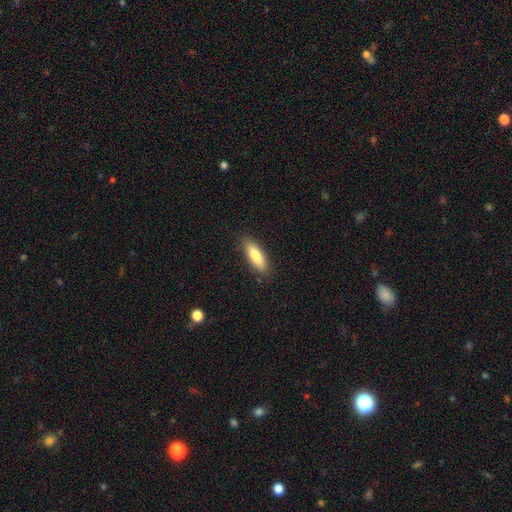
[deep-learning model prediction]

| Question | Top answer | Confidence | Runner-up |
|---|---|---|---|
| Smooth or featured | smooth | 80% | featured or disk (15%) |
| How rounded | cigar-shaped | 49% | tied: in between (49%) |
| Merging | none | 88% | minor disturbance (9%) |